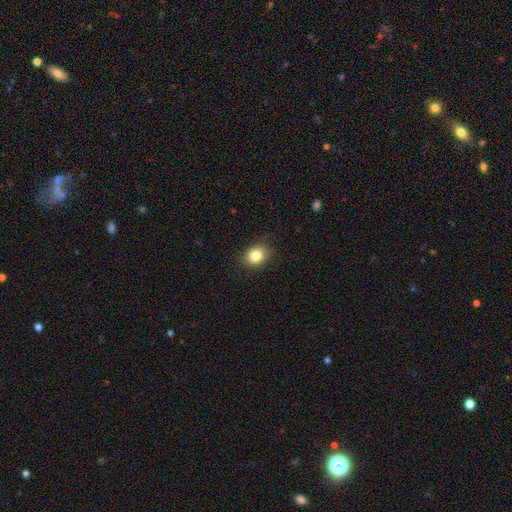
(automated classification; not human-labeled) smooth-or-featured: smooth: 83% | star or artifact: 10% | featured or disk: 7%
  how-rounded: round: 54% | in between: 46% | cigar-shaped: 1%
  merging: none: 87% | minor disturbance: 10% | major disturbance: 2% | merger: 1%